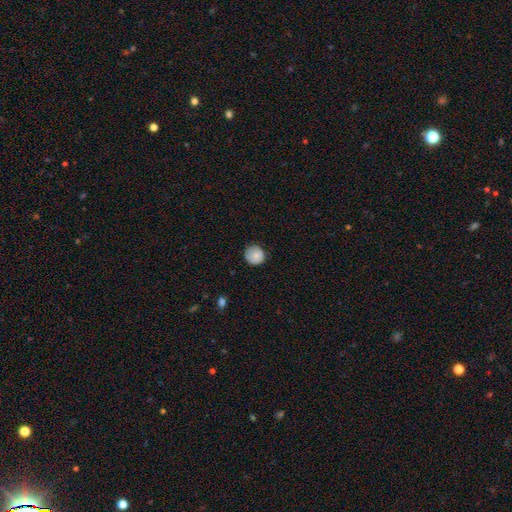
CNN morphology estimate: smooth 83%, featured or disk 9%, star or artifact 7%. Down the decision tree: how rounded — round (93%); merging — none (81%).